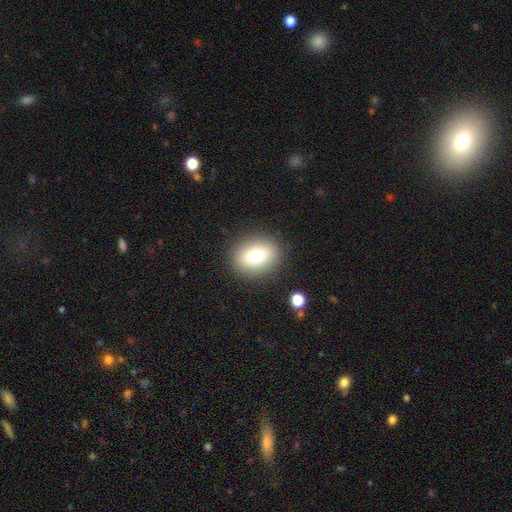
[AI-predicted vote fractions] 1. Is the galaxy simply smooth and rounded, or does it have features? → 74% smooth, 15% featured or disk, 11% star or artifact.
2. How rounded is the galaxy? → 54% in between, 44% round, 2% cigar-shaped.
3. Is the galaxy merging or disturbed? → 87% none, 8% minor disturbance, 3% major disturbance, 1% merger.